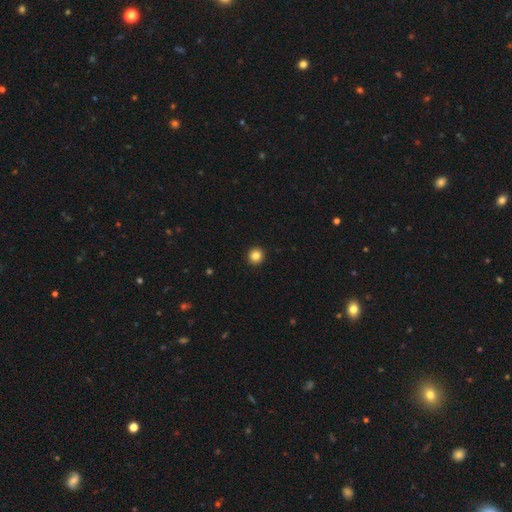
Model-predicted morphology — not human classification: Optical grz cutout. It shows a smooth galaxy with no disk features (85%) that is round (93%). Merging: none (94%).